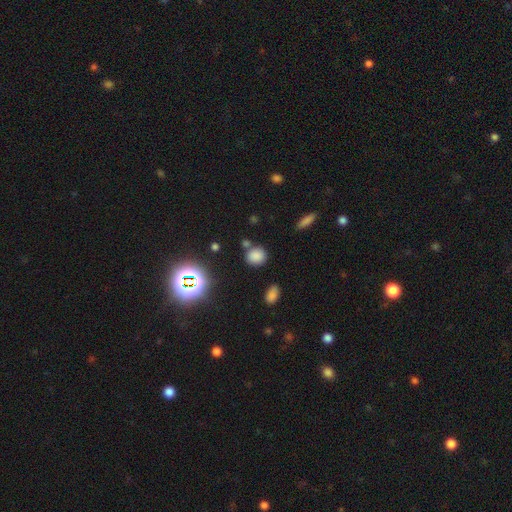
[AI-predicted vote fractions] Smooth or featured? smooth (77%)
How rounded? round (76%)
Merging? none (74%)